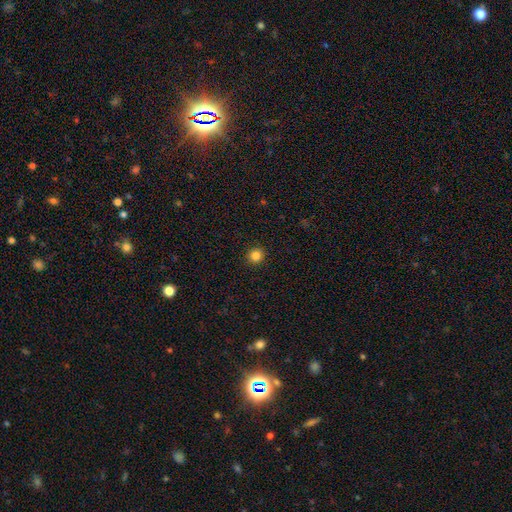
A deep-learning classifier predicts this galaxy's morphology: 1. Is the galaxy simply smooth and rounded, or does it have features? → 84% smooth, 11% star or artifact, 4% featured or disk.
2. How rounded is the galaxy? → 93% round, 6% in between, 1% cigar-shaped.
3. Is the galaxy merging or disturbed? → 93% none, 5% minor disturbance, 2% major disturbance, 1% merger.